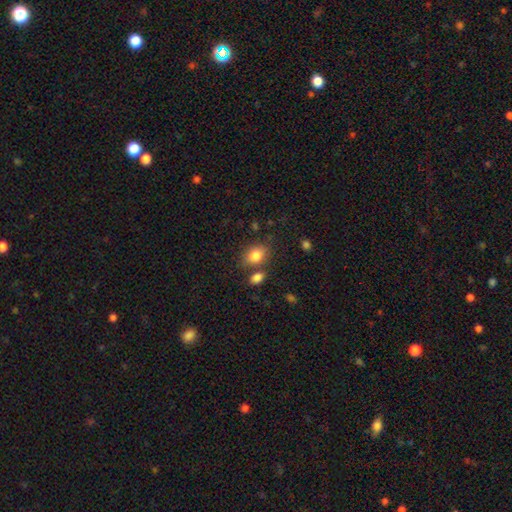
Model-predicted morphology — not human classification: Smooth or featured? smooth (83%)
How rounded? in between (73%)
Merging? none (65%)